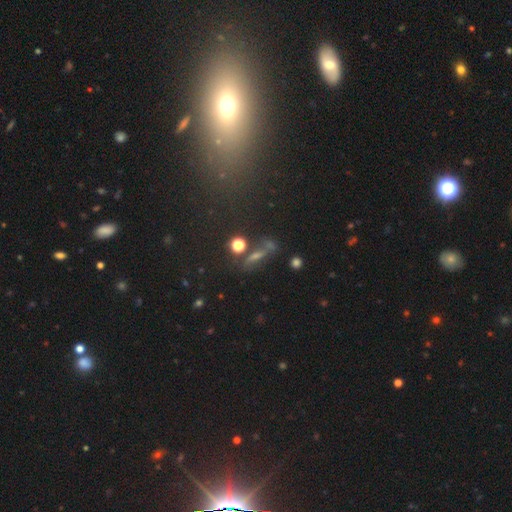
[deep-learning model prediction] Smooth or featured? smooth (42%)
Merging? none (59%)